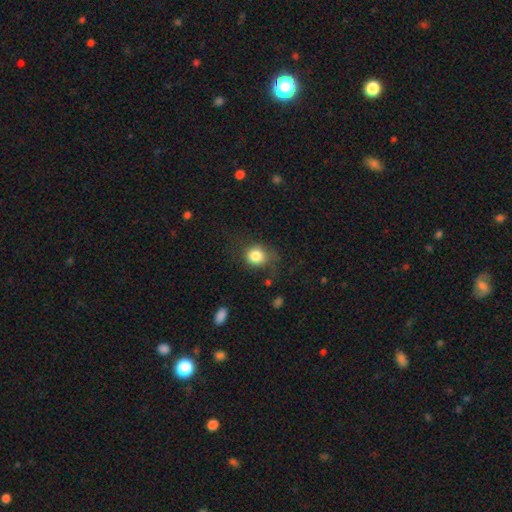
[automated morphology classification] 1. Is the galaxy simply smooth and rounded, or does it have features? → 83% smooth, 10% star or artifact, 7% featured or disk.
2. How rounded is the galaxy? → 75% round, 24% in between, 1% cigar-shaped.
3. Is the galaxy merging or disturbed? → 64% none, 22% minor disturbance, 12% major disturbance, 2% merger.